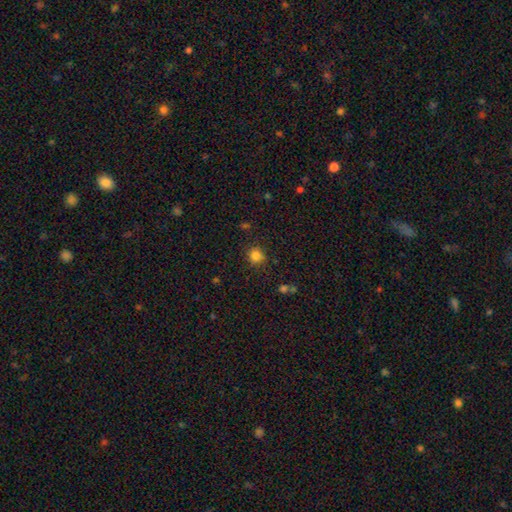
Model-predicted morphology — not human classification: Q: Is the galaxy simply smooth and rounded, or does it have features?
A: smooth — 83%.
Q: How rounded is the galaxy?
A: round — 88%.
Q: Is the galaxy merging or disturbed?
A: none — 84%.